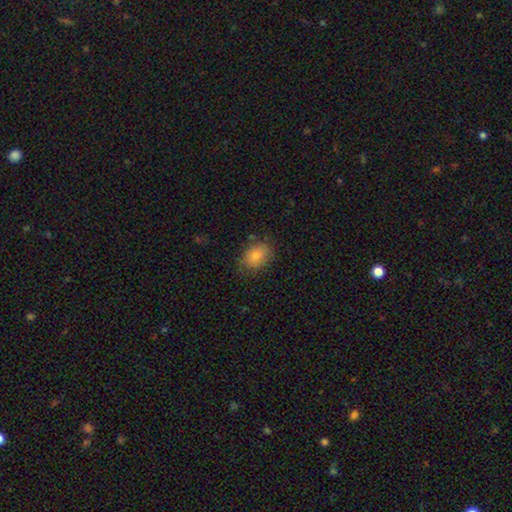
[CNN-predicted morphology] This is clearly a smooth galaxy (81%). How rounded: likely in between (71%). Merging: likely none (78%).